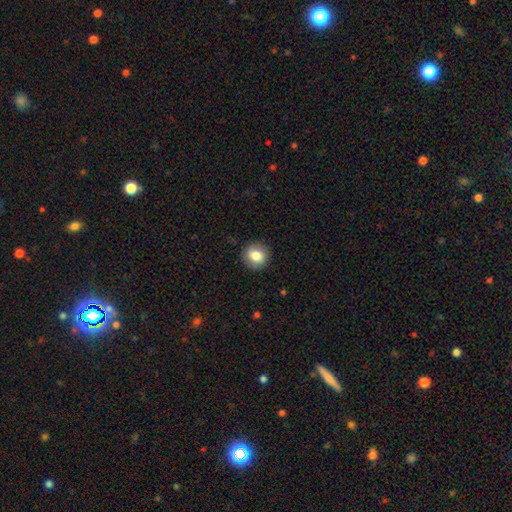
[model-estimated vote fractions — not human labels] A smooth galaxy with no disk features (80%) that is round (85%). Merging: none (89%).